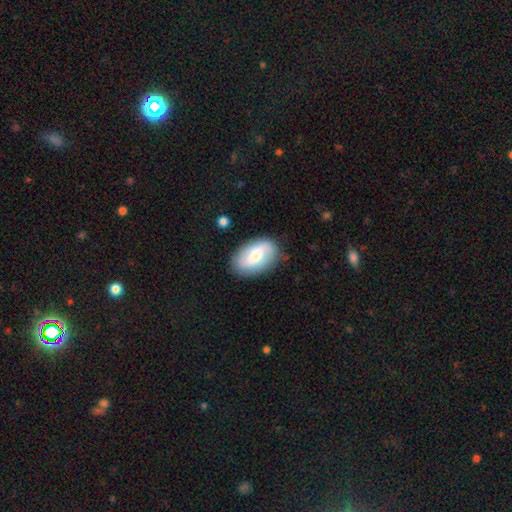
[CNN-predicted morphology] featured or disk 51%, smooth 42%, star or artifact 6%. Down the decision tree: edge-on disk — no (93%); merging — none (84%).